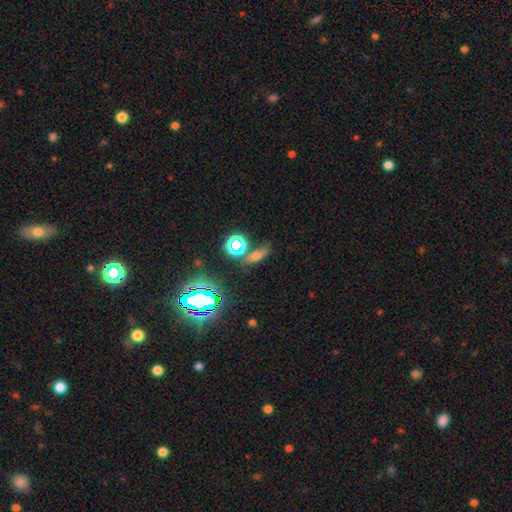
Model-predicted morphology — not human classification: Q: Smooth or featured?
A: smooth (52%); runner-up: star or artifact (31%)
Q: How rounded?
A: in between (49%); runner-up: cigar-shaped (38%)
Q: Merging?
A: none (68%); runner-up: minor disturbance (15%)